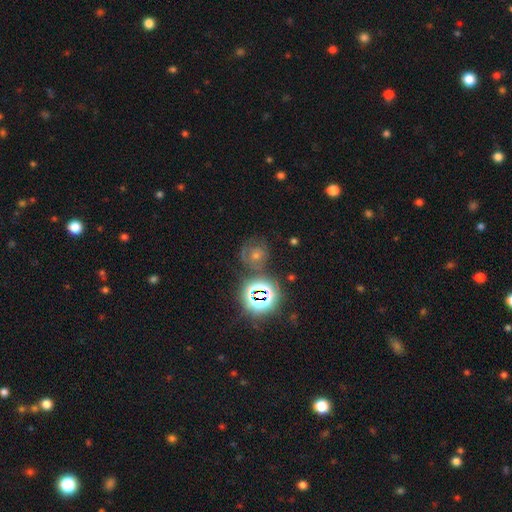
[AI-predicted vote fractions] Smooth or featured: smooth — 40% (star or artifact — 32%)
Merging: none — 61% (minor disturbance — 19%)